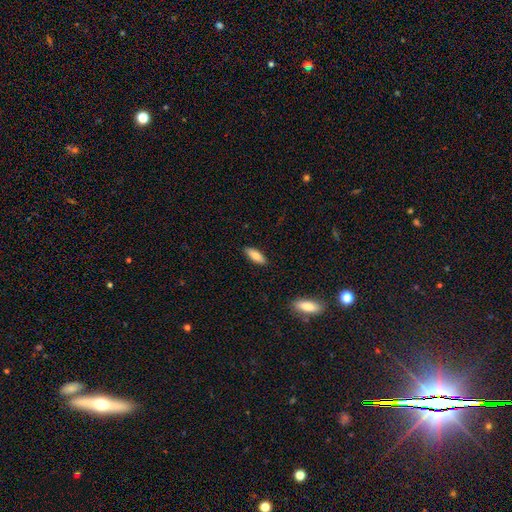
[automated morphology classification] Smooth or featured? smooth (80%)
How rounded? in between (70%)
Merging? none (88%)